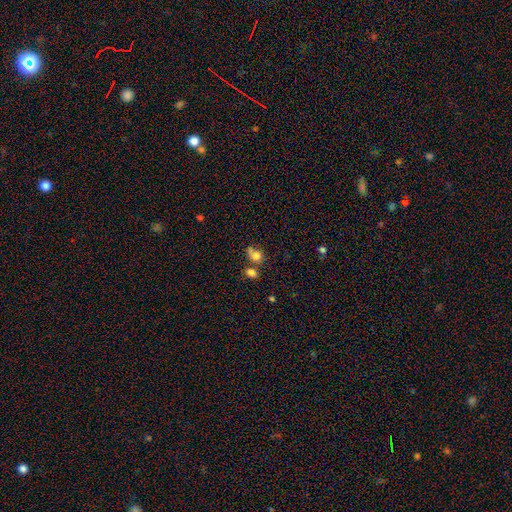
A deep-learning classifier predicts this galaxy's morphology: The model was most divided on "merging": none: 35%, merger: 33%, minor disturbance: 19%, major disturbance: 13%. More confident: smooth or featured — smooth (77%); how rounded — in between (56%).